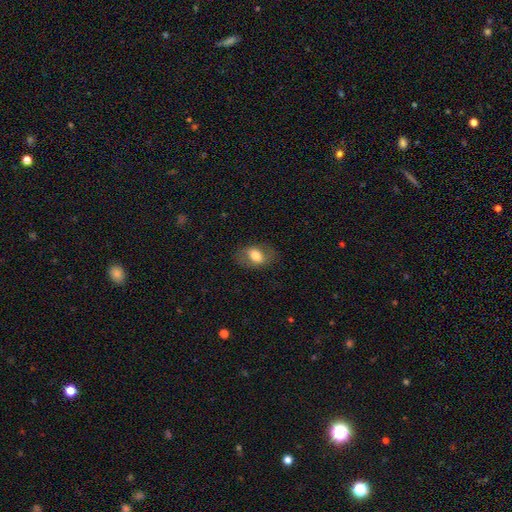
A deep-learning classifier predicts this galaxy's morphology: Smooth or featured: smooth — 70% (featured or disk — 22%)
How rounded: in between — 82% (round — 16%)
Merging: none — 77% (minor disturbance — 15%)